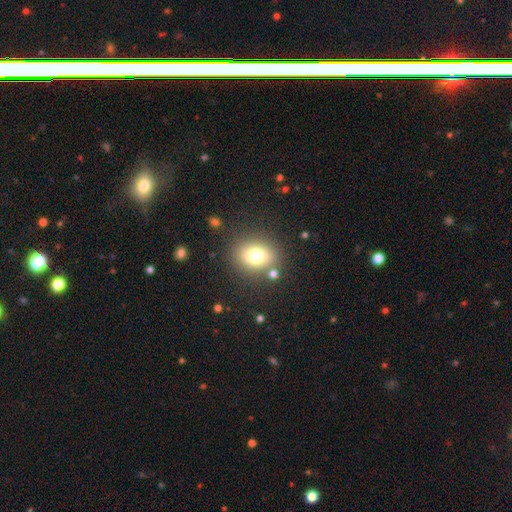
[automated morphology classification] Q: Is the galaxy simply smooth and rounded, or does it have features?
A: smooth — 73%.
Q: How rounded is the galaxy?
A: round — 58%.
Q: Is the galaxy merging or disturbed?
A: none — 81%.